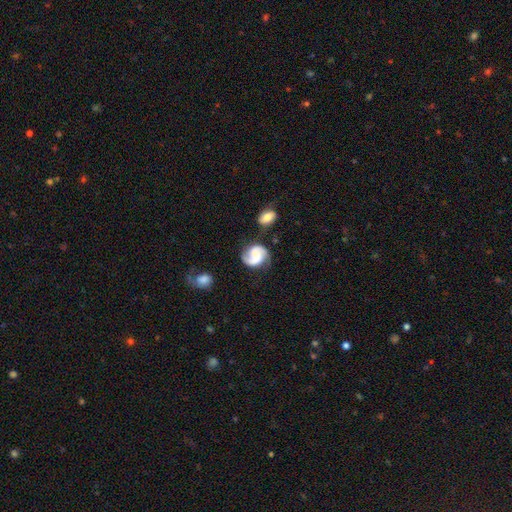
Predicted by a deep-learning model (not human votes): This is likely a featured or disk galaxy (73%). It is clearly not viewed edge-on (98%). Bar: possibly no (50%). Spiral arm pattern: clearly yes (95%). Spiral arm count: clearly 2 (88%). Spiral winding: possibly medium (46%). Central bulge: possibly none (46%). Merging: likely none (68%).